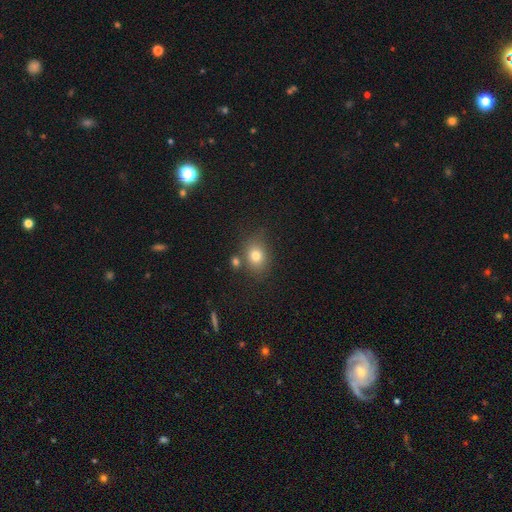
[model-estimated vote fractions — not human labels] Overall: smooth (78%). How rounded: in between (52%; round 47%). Merging: none (69%).